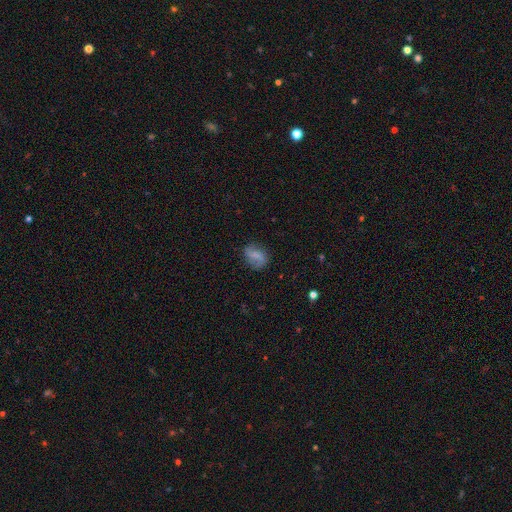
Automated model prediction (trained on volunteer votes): The model was most divided on "smooth or featured": smooth: 48%, featured or disk: 43%, star or artifact: 9%. More confident: merging — none (73%).